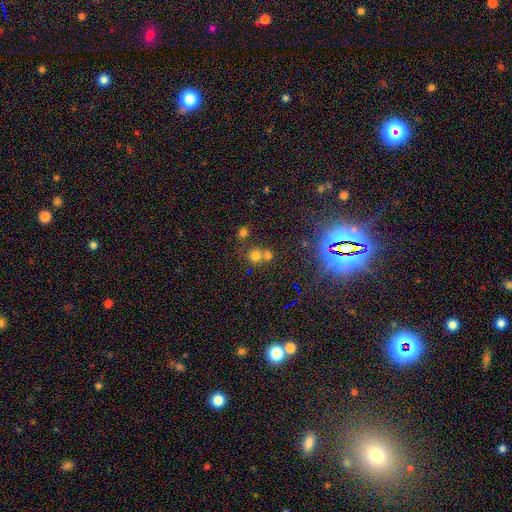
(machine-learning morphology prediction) This appears to be a smooth galaxy with no disk features (65%) that is round (87%). Merging: none (52%).